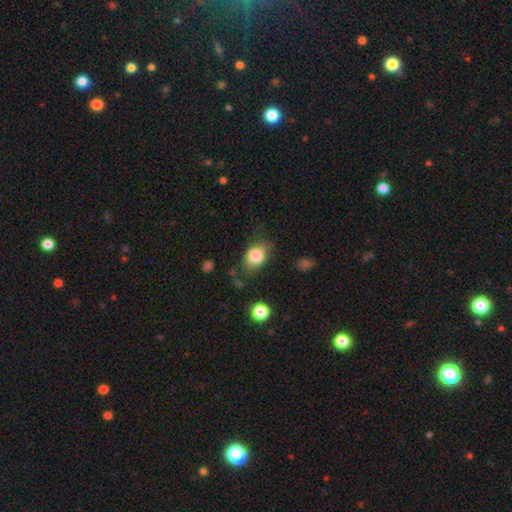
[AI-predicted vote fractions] Overall: smooth (82%). How rounded: in between (61%; round 38%). Merging: none (64%).